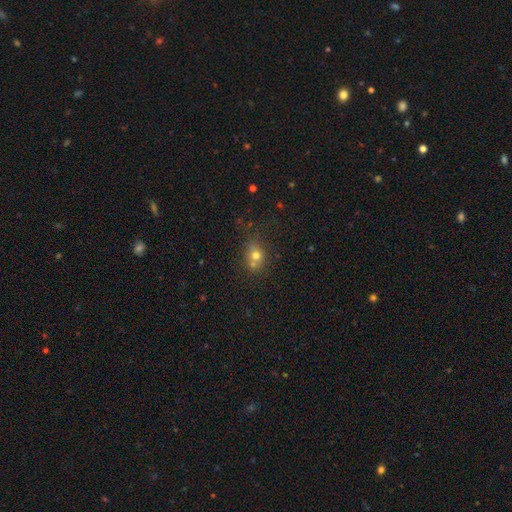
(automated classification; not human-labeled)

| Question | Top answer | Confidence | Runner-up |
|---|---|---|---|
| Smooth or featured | smooth | 67% | star or artifact (17%) |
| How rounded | round | 62% | in between (37%) |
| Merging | none | 51% | merger (30%) |